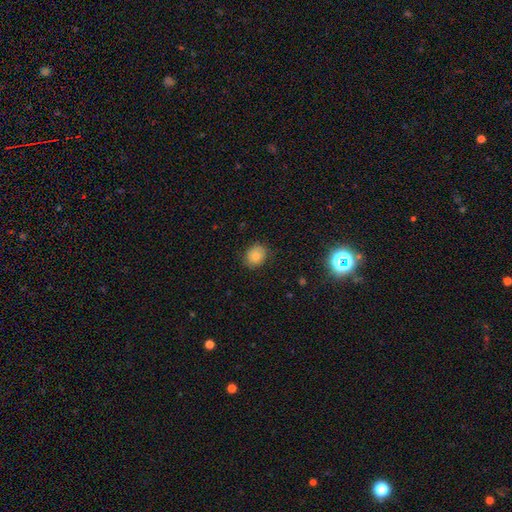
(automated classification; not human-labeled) Smooth or featured? smooth (81%)
How rounded? round (62%)
Merging? none (82%)